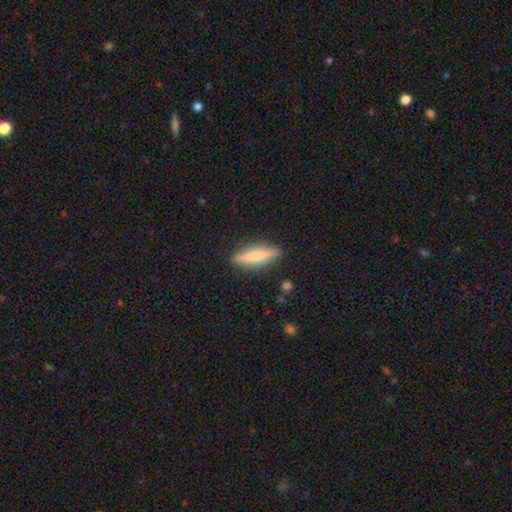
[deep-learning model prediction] smooth-or-featured: smooth: 69% | featured or disk: 25% | star or artifact: 6%
  how-rounded: cigar-shaped: 70% | in between: 28% | round: 2%
  merging: none: 88% | minor disturbance: 8% | major disturbance: 2% | merger: 1%